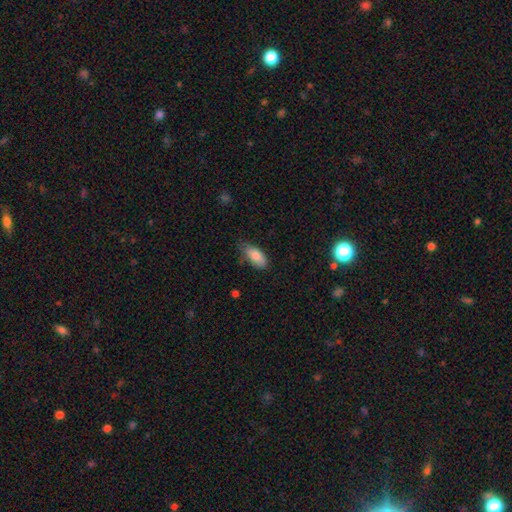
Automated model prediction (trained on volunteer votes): Overall: smooth (83%). How rounded: in between (89%). Merging: none (54%; minor disturbance 36%).